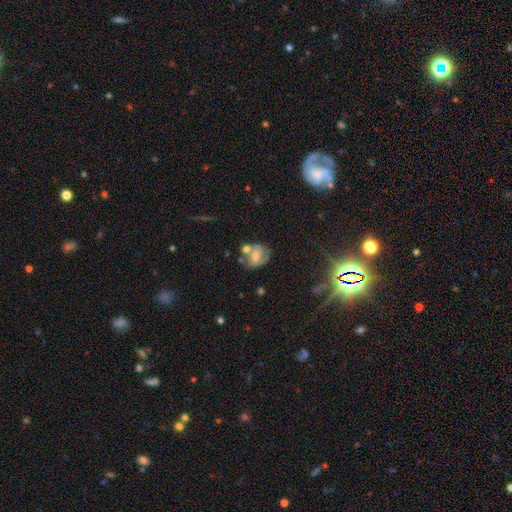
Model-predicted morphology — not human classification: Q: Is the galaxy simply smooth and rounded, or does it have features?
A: smooth — 45%, tied with featured or disk.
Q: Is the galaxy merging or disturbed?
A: none — 42%.